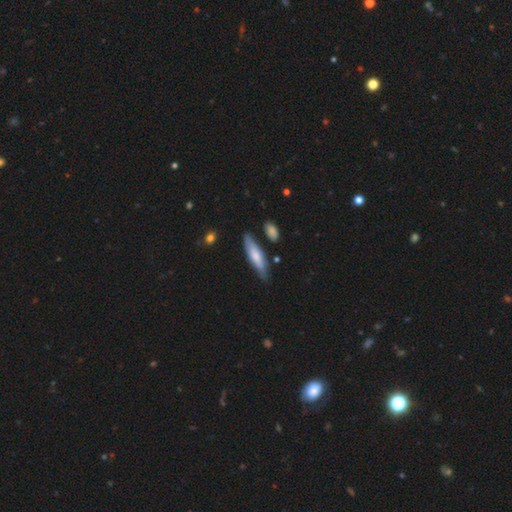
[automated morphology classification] type=smooth (63%); roundness=cigar-shaped (67%); merging=none (73%).